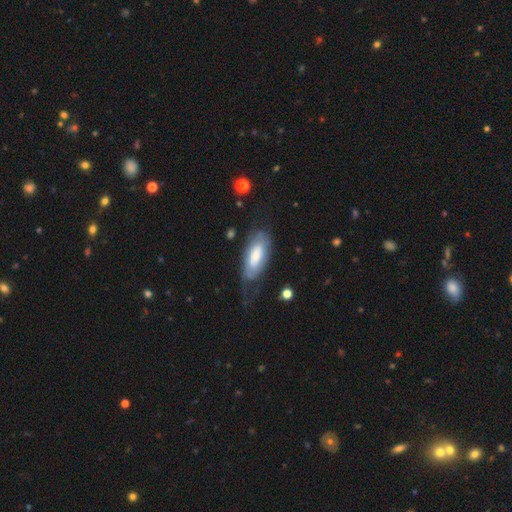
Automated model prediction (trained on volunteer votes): Smooth or featured? smooth (52%)
How rounded? in between (83%)
Merging? none (49%)